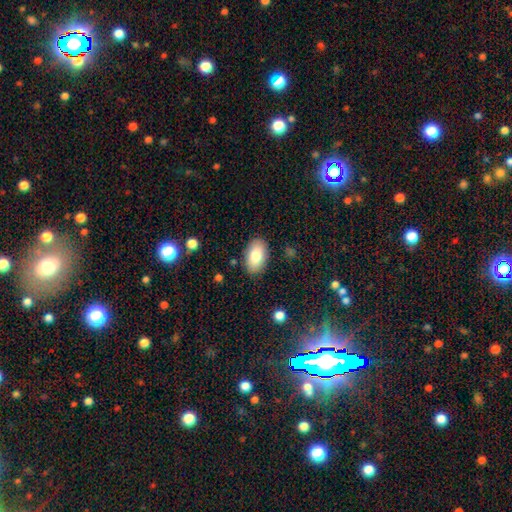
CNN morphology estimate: Q: Smooth or featured?
A: smooth (81%); runner-up: featured or disk (13%)
Q: How rounded?
A: in between (93%); runner-up: round (5%)
Q: Merging?
A: none (87%); runner-up: minor disturbance (10%)